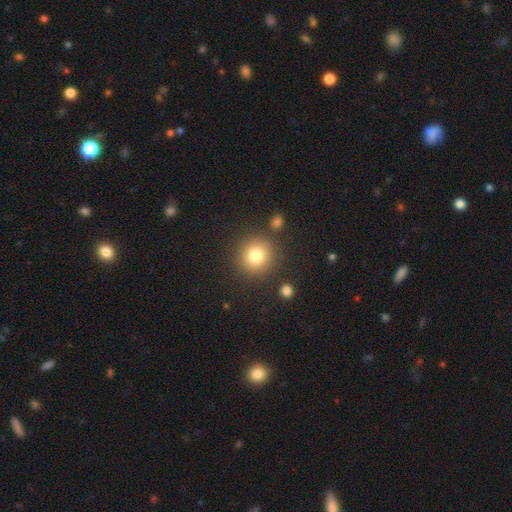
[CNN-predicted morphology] smooth-or-featured: smooth: 80% | star or artifact: 11% | featured or disk: 8%
  how-rounded: round: 92% | in between: 7% | cigar-shaped: 1%
  merging: none: 85% | minor disturbance: 8% | merger: 4% | major disturbance: 3%